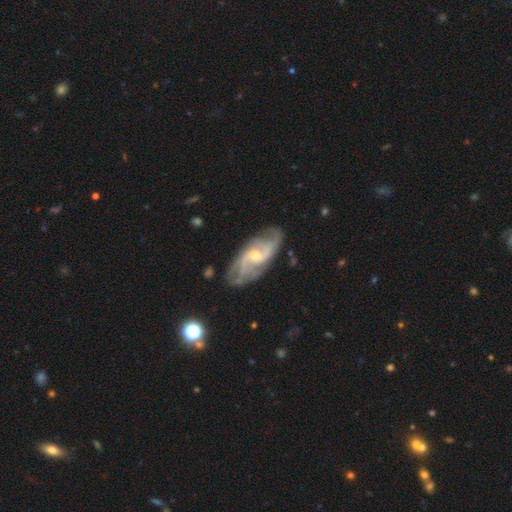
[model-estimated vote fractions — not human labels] Smooth or featured? Predicted: featured or disk (p=0.87). Edge-on disk? Predicted: no (p=0.94). Bar? Predicted: weak (p=0.48). Spiral arms? Predicted: yes (p=0.96). Spiral winding? Predicted: medium (p=0.47). Spiral arm count? Predicted: 2 (p=0.54). Bulge size? Predicted: small (p=0.51). Merging? Predicted: none (p=0.74).